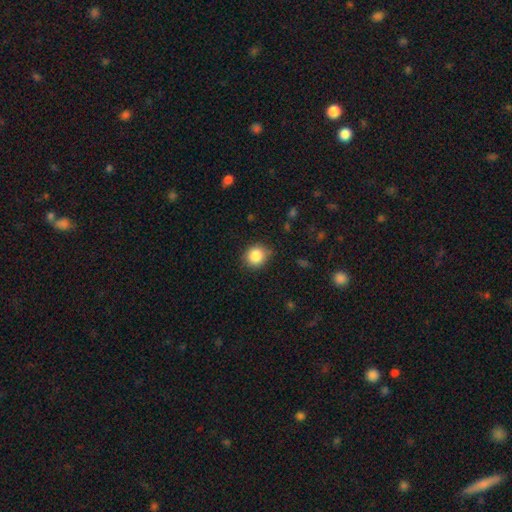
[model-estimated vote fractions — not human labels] smooth-or-featured: smooth: 86% | star or artifact: 10% | featured or disk: 5%
  how-rounded: round: 83% | in between: 16% | cigar-shaped: 1%
  merging: none: 79% | minor disturbance: 16% | major disturbance: 3% | merger: 1%